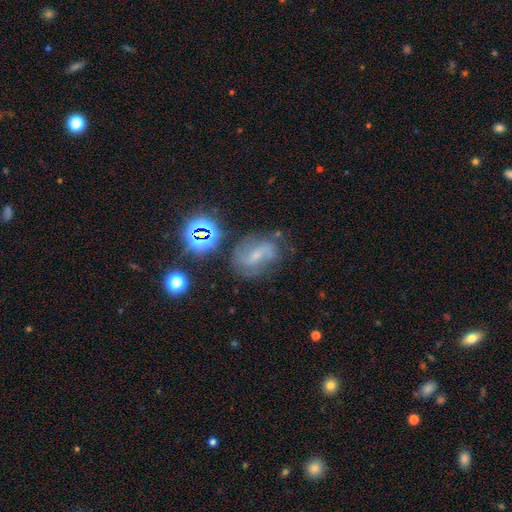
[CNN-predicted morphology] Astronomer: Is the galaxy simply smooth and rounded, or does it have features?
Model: featured or disk — 63%.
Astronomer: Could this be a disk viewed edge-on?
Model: no — 95%.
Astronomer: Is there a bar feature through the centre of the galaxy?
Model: weak — 46% (runner-up: strong, 27%).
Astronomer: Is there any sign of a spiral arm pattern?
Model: yes — 85%.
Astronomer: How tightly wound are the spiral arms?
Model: medium — 41% (runner-up: loose, 40%).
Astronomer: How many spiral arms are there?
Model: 2 — 69%.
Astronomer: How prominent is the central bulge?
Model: small — 60%.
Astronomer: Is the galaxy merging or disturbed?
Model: none — 60%.